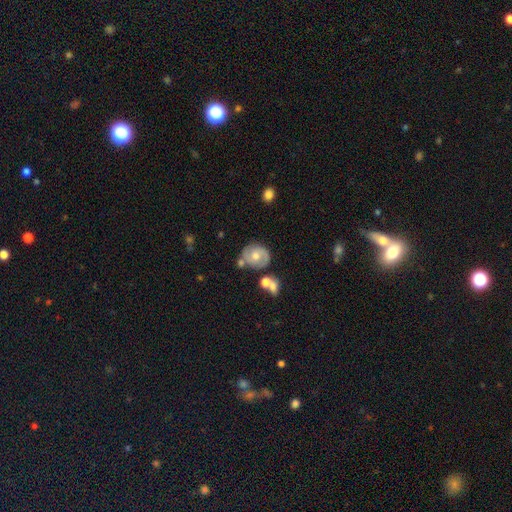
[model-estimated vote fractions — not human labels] Smooth or featured? Predicted: featured or disk (p=0.72). Edge-on disk? Predicted: no (p=0.97). Bar? Predicted: no (p=0.69). Spiral arms? Predicted: yes (p=0.88). Spiral winding? Predicted: tight (p=0.48). Spiral arm count? Predicted: 2 (p=0.78). Bulge size? Predicted: moderate (p=0.70). Merging? Predicted: none (p=0.66).